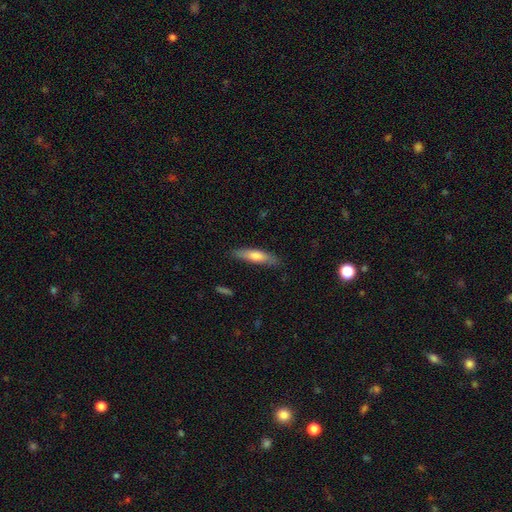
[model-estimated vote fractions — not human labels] This is likely a smooth galaxy (64%). How rounded: clearly cigar-shaped (80%). Merging: clearly none (83%).